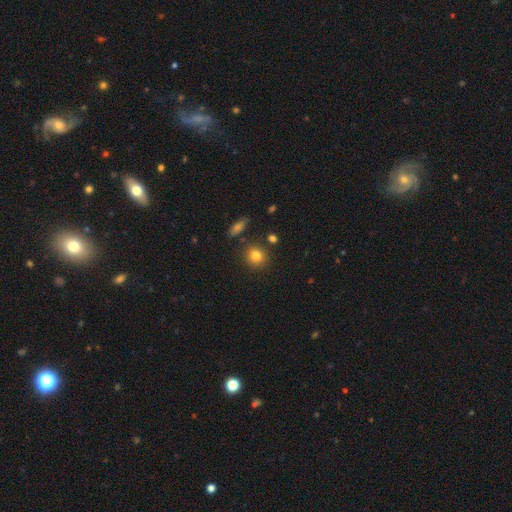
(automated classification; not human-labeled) Smooth or featured: smooth — 81% (star or artifact — 11%)
How rounded: round — 84% (in between — 14%)
Merging: none — 84% (minor disturbance — 9%)